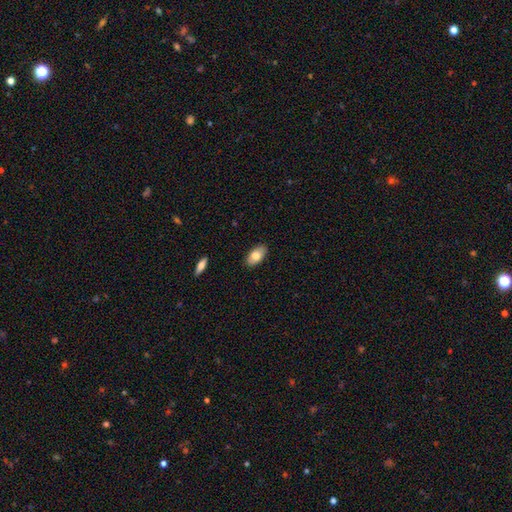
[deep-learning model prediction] The model was most divided on "smooth or featured": smooth: 79%, featured or disk: 14%, star or artifact: 6%. More confident: how rounded — in between (94%); merging — none (88%).